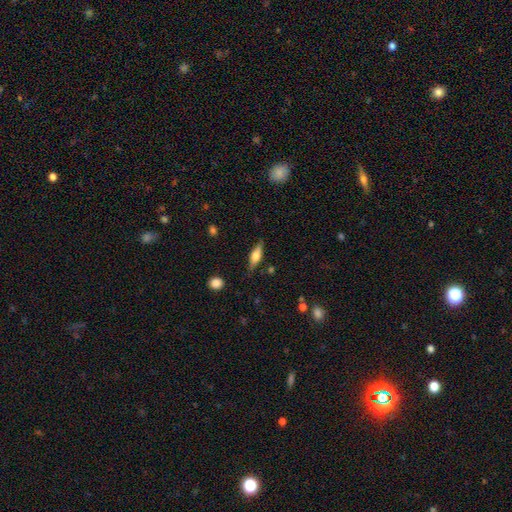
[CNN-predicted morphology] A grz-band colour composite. It shows a featured or disk galaxy (48%). Merging: none (82%).